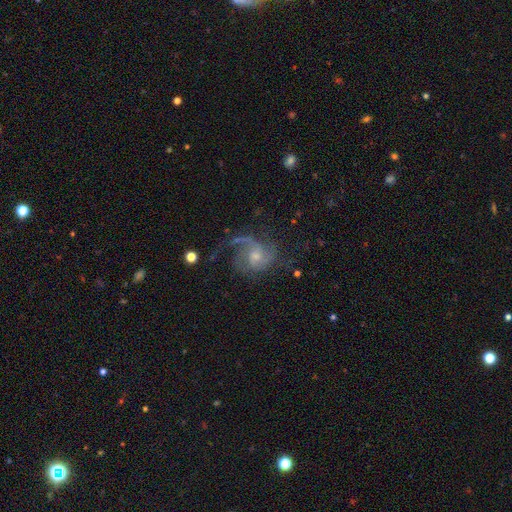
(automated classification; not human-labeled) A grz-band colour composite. It shows a featured or disk galaxy (83%) with no bar (65%), 2 (39%) medium (45%) spiral arms (95%) and a small central bulge (47%). Merging: none (56%).